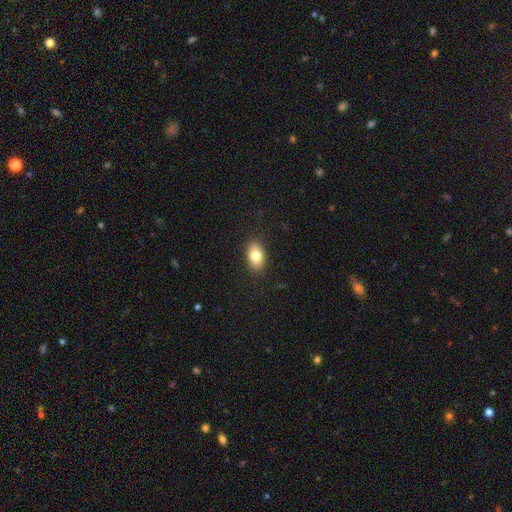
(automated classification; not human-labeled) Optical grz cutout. It shows a smooth galaxy with no disk features (80%) that is in between round and cigar-shaped (87%). Merging: none (87%).